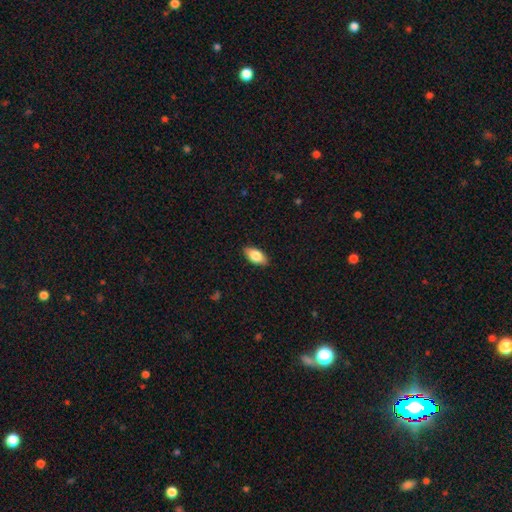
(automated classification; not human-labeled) smooth-or-featured: smooth: 80% | featured or disk: 13% | star or artifact: 6%
  how-rounded: in between: 91% | cigar-shaped: 5% | round: 3%
  merging: none: 88% | minor disturbance: 9% | major disturbance: 2% | merger: 1%